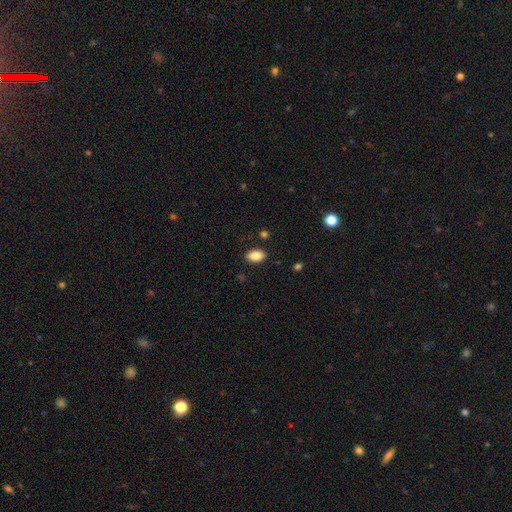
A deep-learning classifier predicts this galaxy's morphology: The model was most divided on "merging": none: 88%, minor disturbance: 8%, major disturbance: 2%, merger: 1%. More confident: how rounded — in between (92%); smooth or featured — smooth (88%).